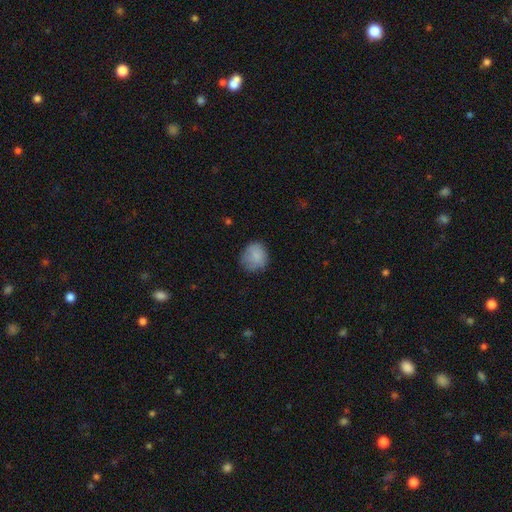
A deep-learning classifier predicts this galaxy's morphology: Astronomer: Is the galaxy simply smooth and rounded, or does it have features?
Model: smooth — 81%.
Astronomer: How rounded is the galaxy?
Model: round — 77%.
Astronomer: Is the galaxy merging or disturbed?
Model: none — 69%.